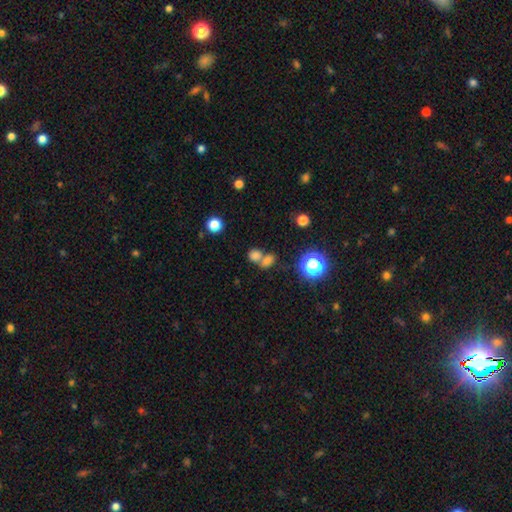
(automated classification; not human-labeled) smooth-or-featured: smooth: 74% | star or artifact: 17% | featured or disk: 9%
  how-rounded: round: 54% | in between: 44% | cigar-shaped: 2%
  merging: merger: 54% | none: 35% | minor disturbance: 7% | major disturbance: 4%